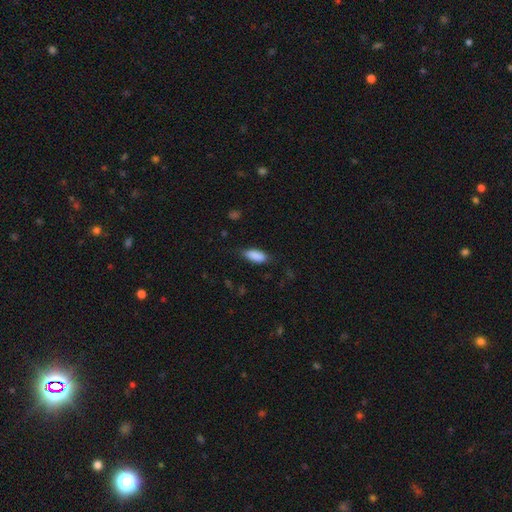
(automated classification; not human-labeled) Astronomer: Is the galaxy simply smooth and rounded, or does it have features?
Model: smooth — 88%.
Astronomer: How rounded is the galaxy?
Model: in between — 82%.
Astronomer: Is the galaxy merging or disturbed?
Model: none — 71%.